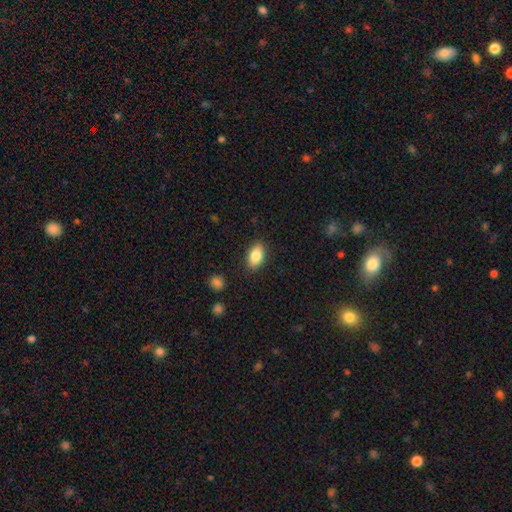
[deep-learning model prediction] The model was most divided on "smooth or featured": smooth: 84%, featured or disk: 9%, star or artifact: 7%. More confident: how rounded — in between (91%); merging — none (87%).